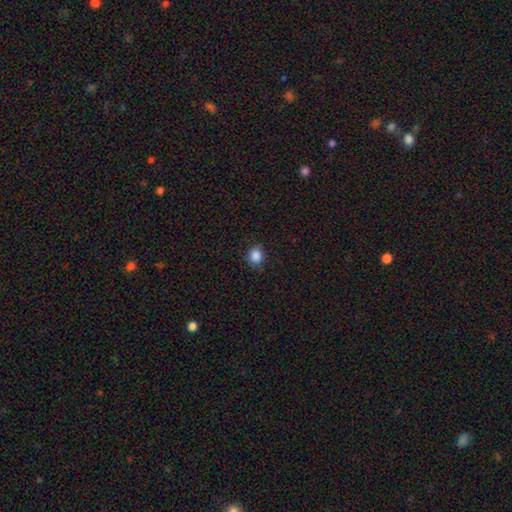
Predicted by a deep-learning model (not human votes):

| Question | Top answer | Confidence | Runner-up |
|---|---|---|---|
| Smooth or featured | smooth | 86% | star or artifact (11%) |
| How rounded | round | 82% | in between (17%) |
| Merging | none | 84% | minor disturbance (12%) |